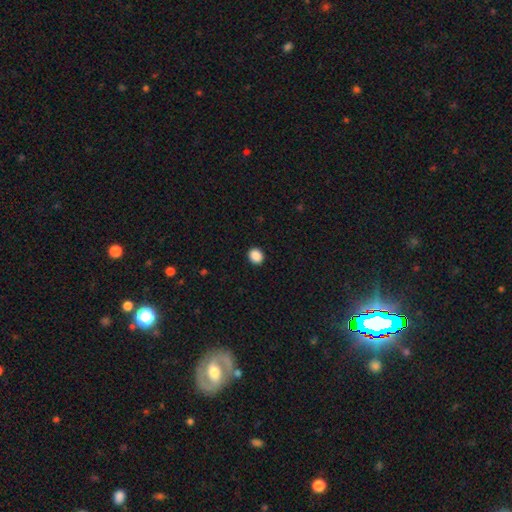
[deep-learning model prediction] The model was most divided on "how rounded": round: 71%, in between: 28%, cigar-shaped: 1%. More confident: merging — none (92%); smooth or featured — smooth (89%).